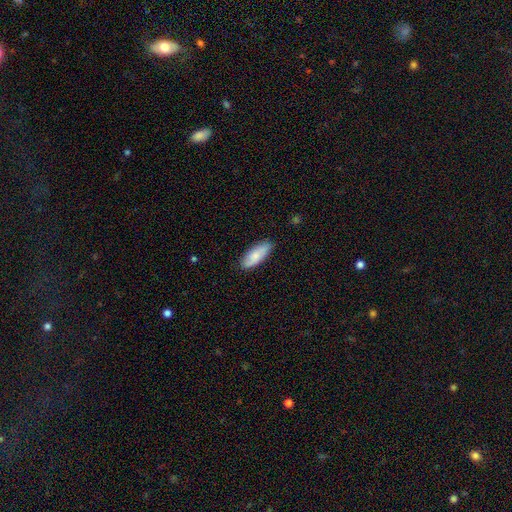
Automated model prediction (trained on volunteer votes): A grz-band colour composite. It shows a smooth galaxy with no disk features (75%) that is in between round and cigar-shaped (79%). Merging: none (80%).